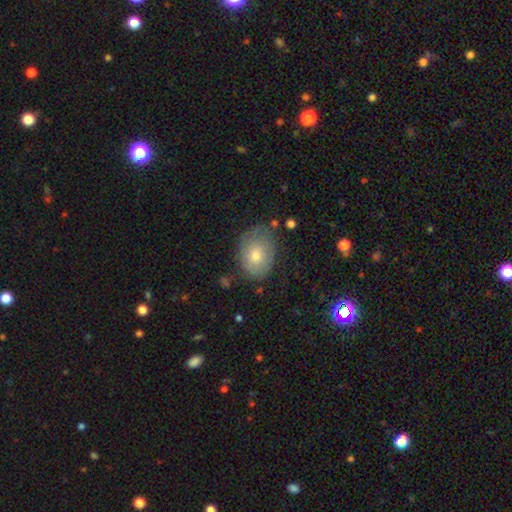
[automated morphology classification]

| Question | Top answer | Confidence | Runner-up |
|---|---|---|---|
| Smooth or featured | smooth | 66% | featured or disk (25%) |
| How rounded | in between | 67% | round (32%) |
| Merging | none | 65% | minor disturbance (26%) |